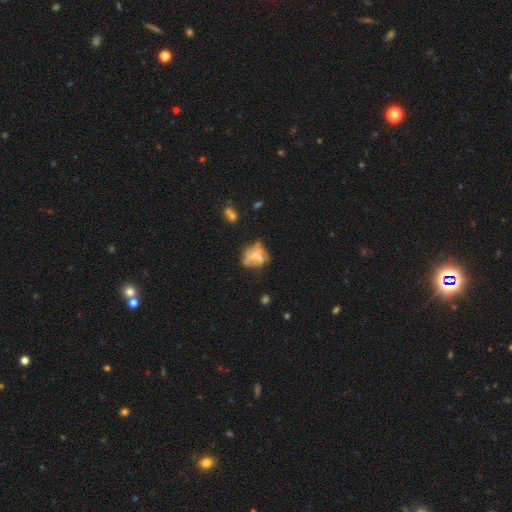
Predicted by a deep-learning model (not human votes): Smooth or featured: featured or disk — 44% (smooth — 41%)
Merging: none — 41% (major disturbance — 25%)